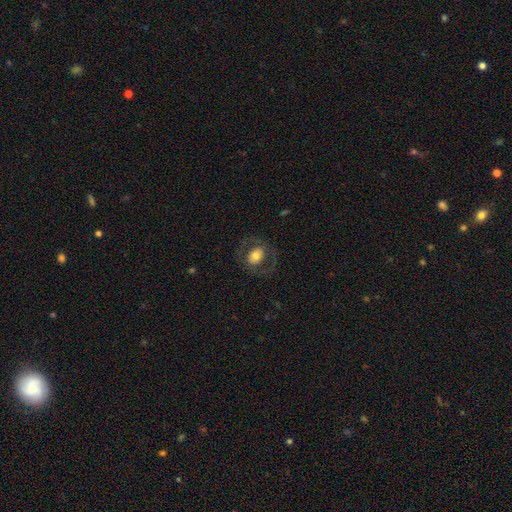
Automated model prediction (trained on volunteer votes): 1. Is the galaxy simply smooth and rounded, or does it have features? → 55% smooth, 37% featured or disk, 8% star or artifact.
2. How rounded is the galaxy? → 51% in between, 48% round, 1% cigar-shaped.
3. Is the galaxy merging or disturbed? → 74% none, 13% major disturbance, 12% minor disturbance, 1% merger.